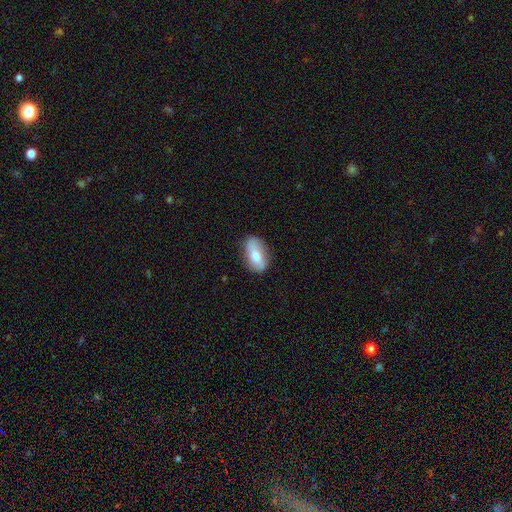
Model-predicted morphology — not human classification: This appears to be a smooth galaxy with no disk features (58%) that is in between round and cigar-shaped (86%). Merging: none (79%).